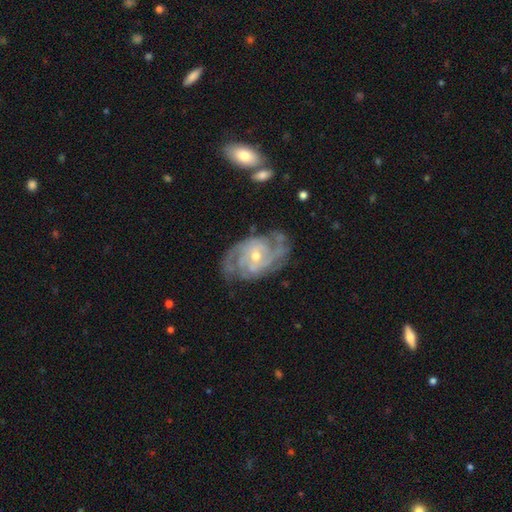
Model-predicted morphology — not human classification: Smooth or featured: featured or disk — 90% (smooth — 5%)
Edge-on disk: no — 97% (yes — 3%)
Bar: no — 56% (weak — 35%)
Spiral arms: yes — 97% (no — 3%)
Spiral winding: tight — 56% (medium — 36%)
Spiral arm count: 2 — 35% (3 — 25%)
Bulge size: small — 55% (moderate — 41%)
Merging: none — 72% (minor disturbance — 18%)